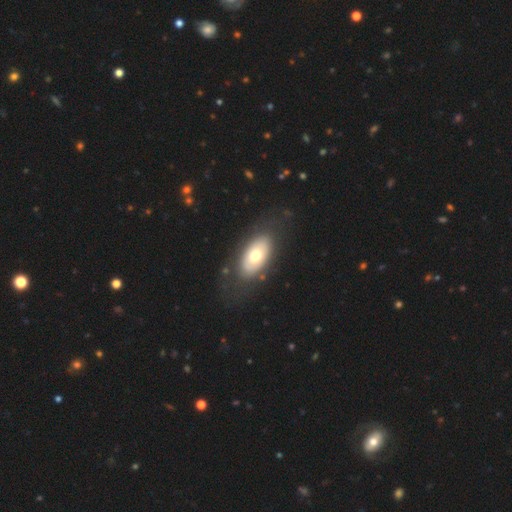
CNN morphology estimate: A smooth galaxy with no disk features (57%) that is in between round and cigar-shaped (91%). Merging: none (77%).